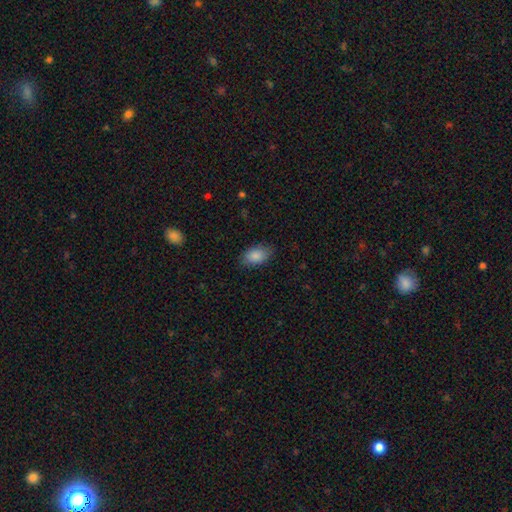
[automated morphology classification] Smooth or featured? Predicted: smooth (p=0.88). How rounded? Predicted: in between (p=0.91). Merging? Predicted: none (p=0.83).